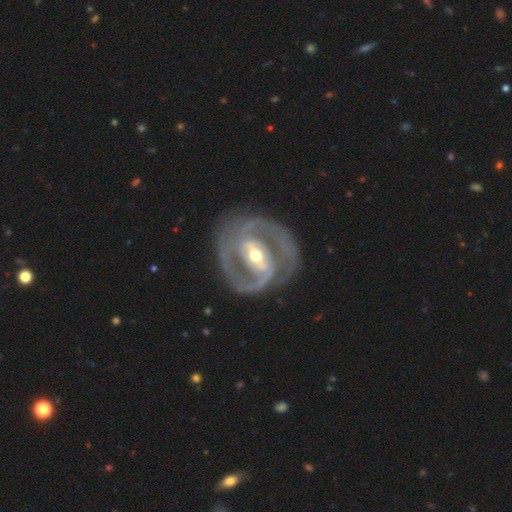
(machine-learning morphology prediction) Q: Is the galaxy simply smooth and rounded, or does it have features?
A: featured or disk — 90%.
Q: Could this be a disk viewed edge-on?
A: no — 97%.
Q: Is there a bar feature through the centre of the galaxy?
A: strong — 48%.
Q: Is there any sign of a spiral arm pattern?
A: yes — 94%.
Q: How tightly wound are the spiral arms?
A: tight — 45%, tied with medium.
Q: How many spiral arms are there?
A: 2 — 81%.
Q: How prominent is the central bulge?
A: moderate — 66%.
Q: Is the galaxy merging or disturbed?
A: none — 77%.